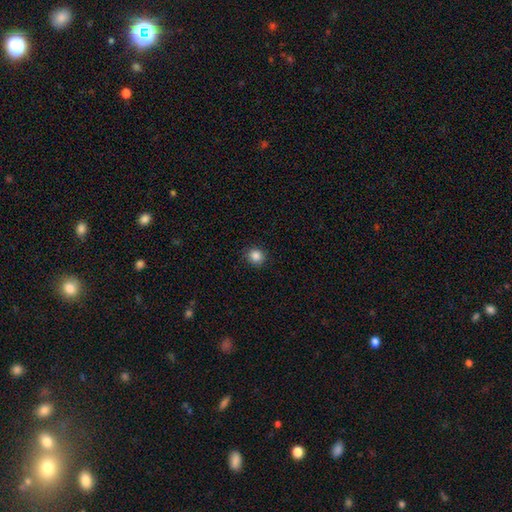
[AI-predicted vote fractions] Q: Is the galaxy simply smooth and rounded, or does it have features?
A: smooth — 86%.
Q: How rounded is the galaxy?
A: round — 89%.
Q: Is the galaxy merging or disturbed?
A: none — 89%.